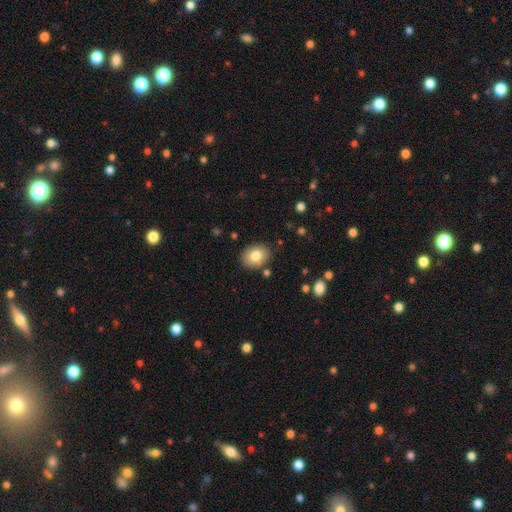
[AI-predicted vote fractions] Smooth or featured? smooth (80%)
How rounded? in between (57%)
Merging? none (85%)